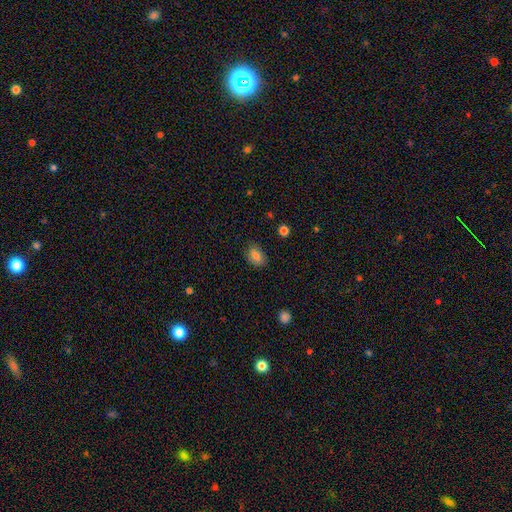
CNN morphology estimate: Smooth or featured? Predicted: smooth (p=0.81). How rounded? Predicted: in between (p=0.82). Merging? Predicted: none (p=0.80).